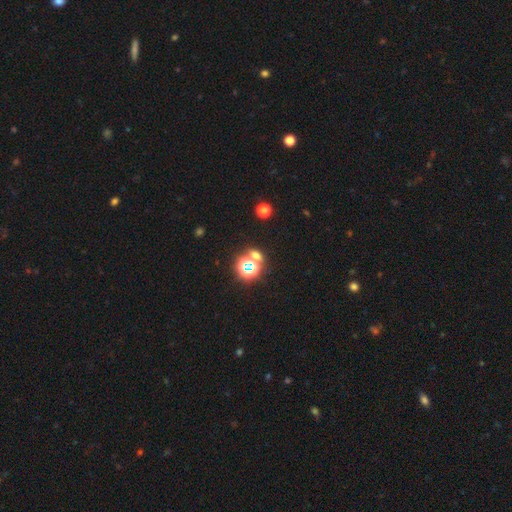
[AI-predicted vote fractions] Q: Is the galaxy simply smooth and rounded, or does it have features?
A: star or artifact — 54%.